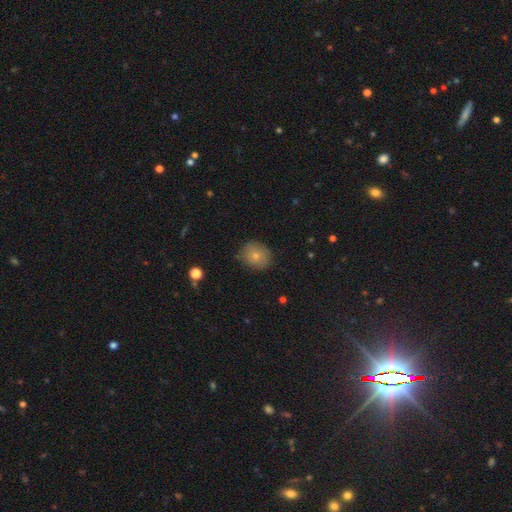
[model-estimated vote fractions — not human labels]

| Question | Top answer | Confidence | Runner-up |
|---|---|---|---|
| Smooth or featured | smooth | 77% | featured or disk (14%) |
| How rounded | round | 71% | in between (28%) |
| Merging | none | 76% | minor disturbance (19%) |